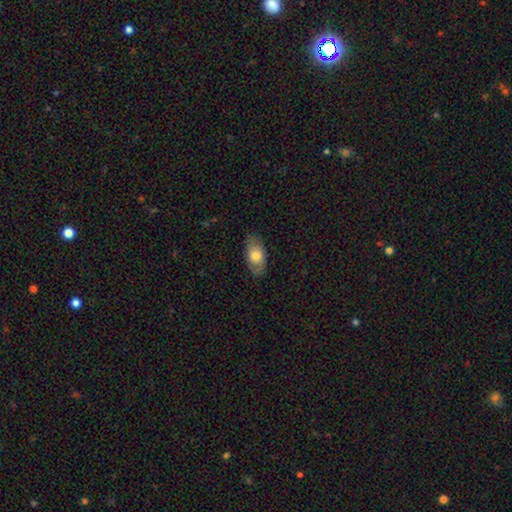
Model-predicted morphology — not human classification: This is likely a smooth galaxy (69%). How rounded: clearly in between (91%). Merging: likely none (78%).